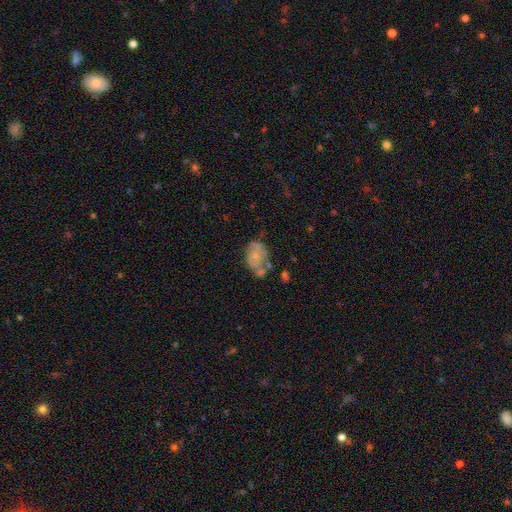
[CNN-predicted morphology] This appears to be a featured or disk galaxy (52%) with no bar (85%), no spiral arms (54%) and a small central bulge (55%). Merging: none (36%).